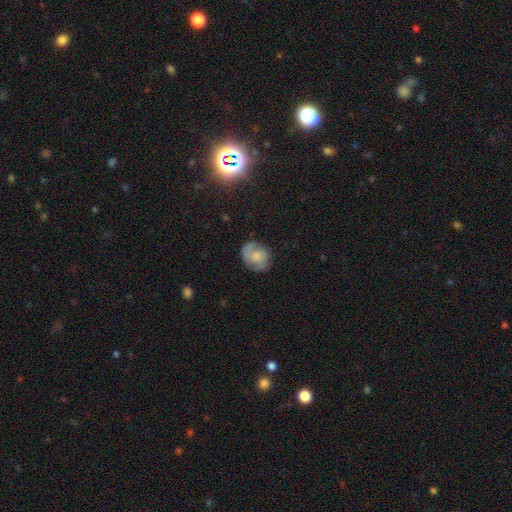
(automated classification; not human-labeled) smooth-or-featured: smooth: 49% | featured or disk: 43% | star or artifact: 8%
  merging: none: 72% | minor disturbance: 20% | major disturbance: 7% | merger: 1%